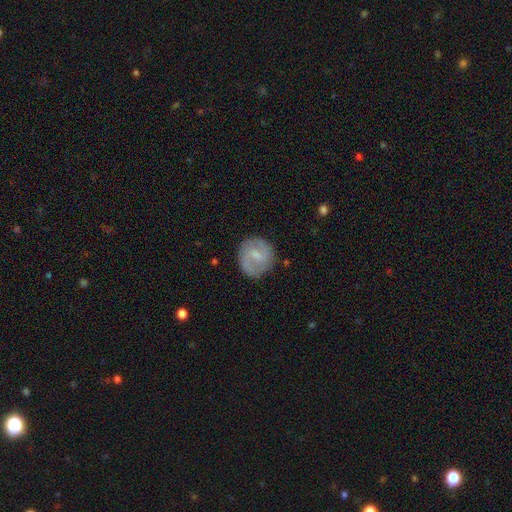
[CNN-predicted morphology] The model was most divided on "bulge size": small: 48%, moderate: 32%, none: 17%, large: 2%, dominant: 1%. More confident: edge-on disk — no (97%); spiral arms — yes (82%); merging — none (81%); bar — weak (59%); smooth or featured — featured or disk (57%).